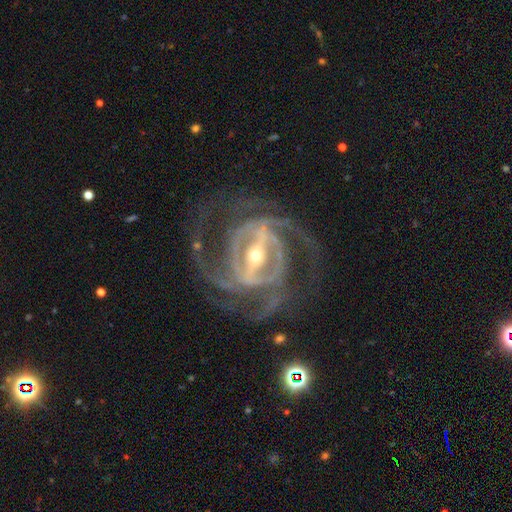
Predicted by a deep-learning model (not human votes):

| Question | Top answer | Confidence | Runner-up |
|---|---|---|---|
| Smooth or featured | featured or disk | 93% | star or artifact (5%) |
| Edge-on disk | no | 96% | yes (4%) |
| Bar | strong | 78% | weak (16%) |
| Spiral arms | yes | 97% | no (3%) |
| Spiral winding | medium | 49% | tight (37%) |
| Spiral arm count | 2 | 32% | 3 (28%) |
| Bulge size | small | 55% | moderate (40%) |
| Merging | none | 64% | major disturbance (20%) |